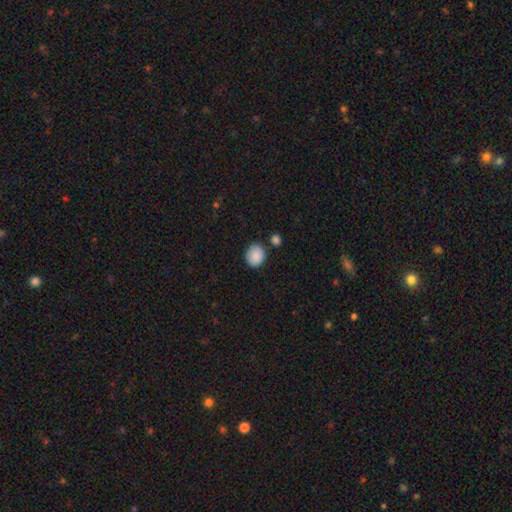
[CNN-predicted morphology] This appears to be a smooth galaxy with no disk features (89%) that is round (68%). Merging: none (79%).